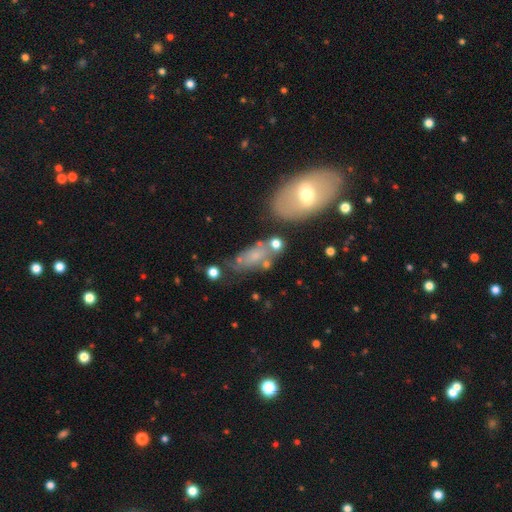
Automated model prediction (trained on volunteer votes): This is possibly a smooth galaxy (58%). How rounded: likely in between (76%). Merging: possibly none (47%).